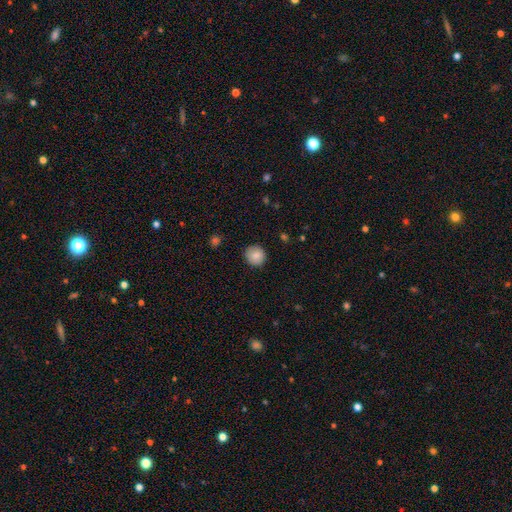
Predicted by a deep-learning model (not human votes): smooth 87%, star or artifact 8%, featured or disk 5%. Down the decision tree: how rounded — round (90%); merging — none (89%).